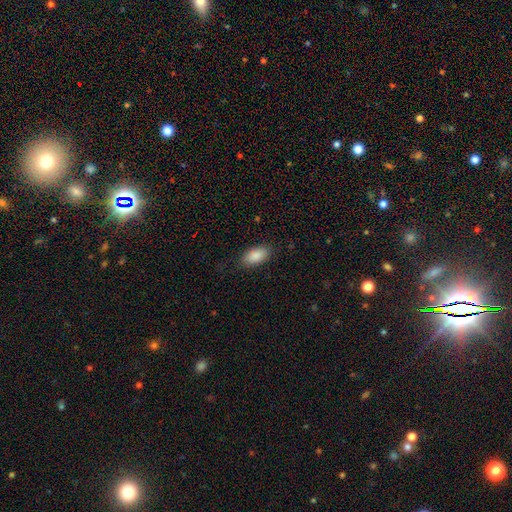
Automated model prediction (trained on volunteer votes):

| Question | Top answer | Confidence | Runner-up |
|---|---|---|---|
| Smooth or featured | smooth | 89% | star or artifact (6%) |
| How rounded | in between | 92% | cigar-shaped (6%) |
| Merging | none | 84% | minor disturbance (12%) |